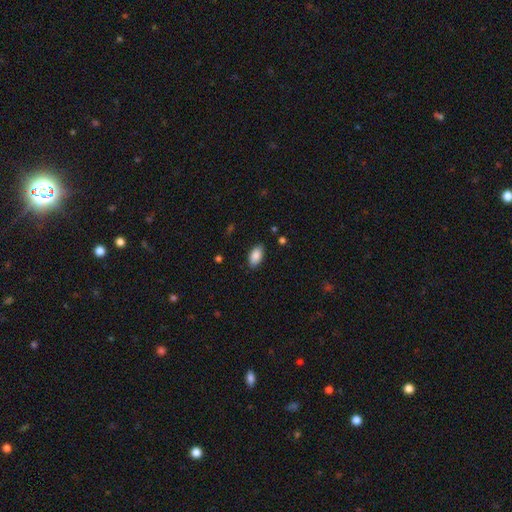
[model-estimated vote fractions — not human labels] Q: Smooth or featured?
A: smooth (88%); runner-up: star or artifact (7%)
Q: How rounded?
A: in between (94%); runner-up: round (3%)
Q: Merging?
A: none (86%); runner-up: minor disturbance (11%)